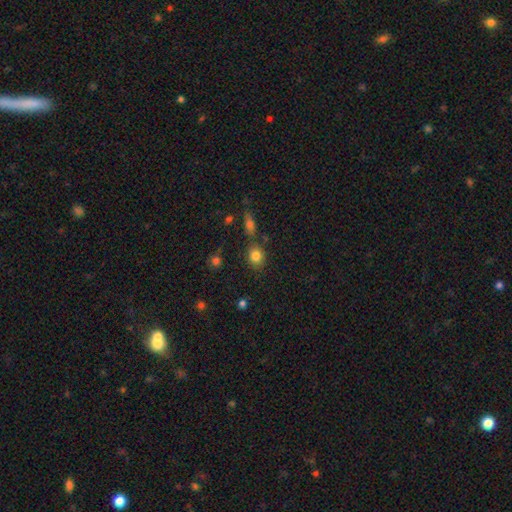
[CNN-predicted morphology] type=smooth (83%); roundness=round (61%); merging=none (75%).